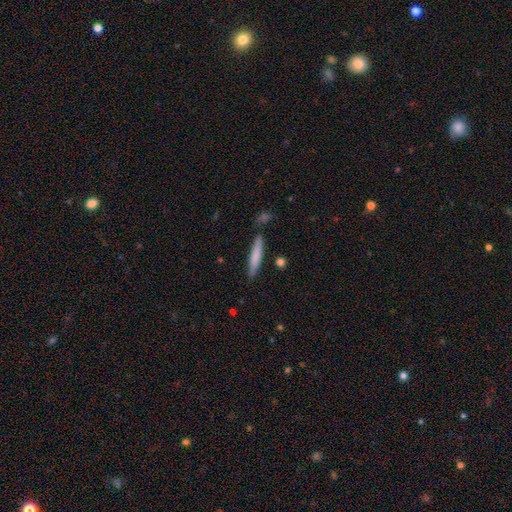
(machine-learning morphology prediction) A smooth galaxy with no disk features (72%) that is cigar-shaped (91%). Merging: none (81%).